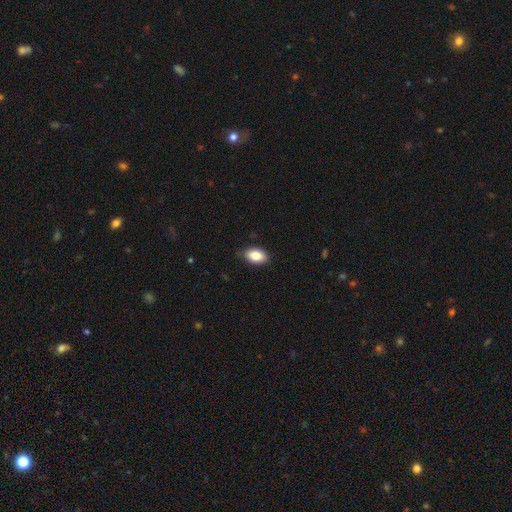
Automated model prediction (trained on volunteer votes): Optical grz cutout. It shows a smooth galaxy with no disk features (84%) that is in between round and cigar-shaped (92%). Merging: none (83%).